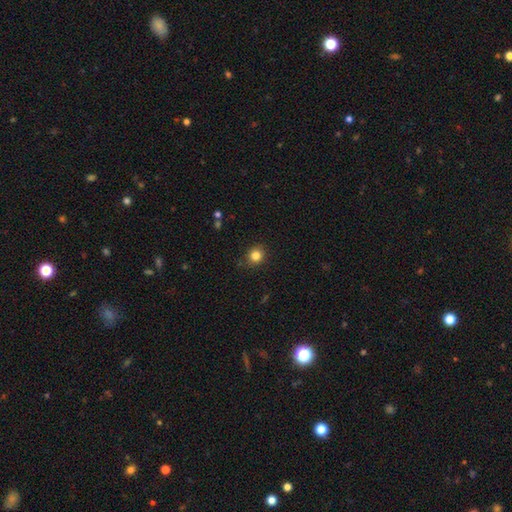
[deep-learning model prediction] Smooth or featured?
  - smooth: 84% *
  - star or artifact: 11%
  - featured or disk: 5%
How rounded?
  - round: 85% *
  - in between: 14%
  - cigar-shaped: 1%
Merging?
  - none: 86% *
  - minor disturbance: 10%
  - major disturbance: 3%
  - merger: 1%